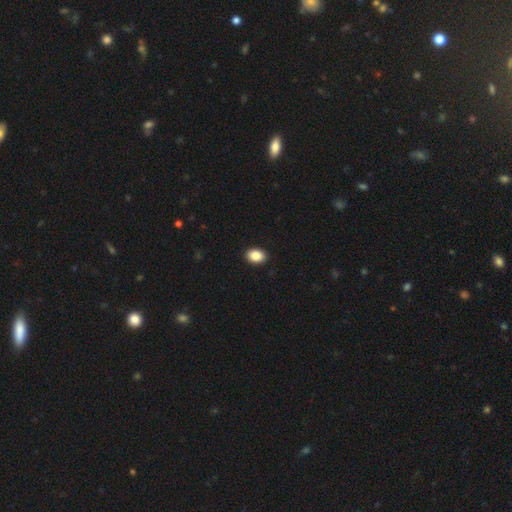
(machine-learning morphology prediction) The model was most divided on "how rounded": in between: 78%, round: 21%, cigar-shaped: 1%. More confident: merging — none (92%); smooth or featured — smooth (88%).